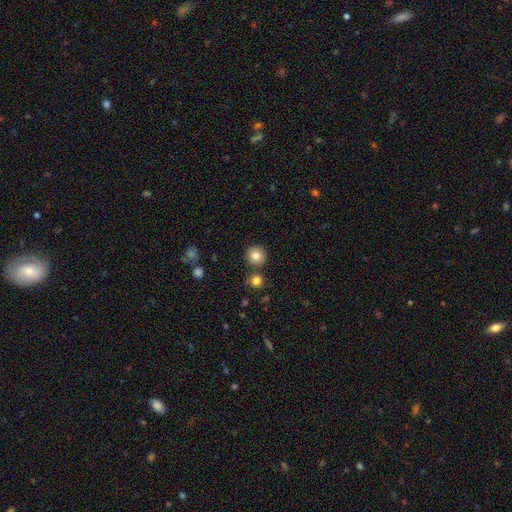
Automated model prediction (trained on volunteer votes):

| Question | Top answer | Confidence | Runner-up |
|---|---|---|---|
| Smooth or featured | smooth | 83% | star or artifact (10%) |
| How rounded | round | 92% | in between (7%) |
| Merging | none | 84% | merger (7%) |